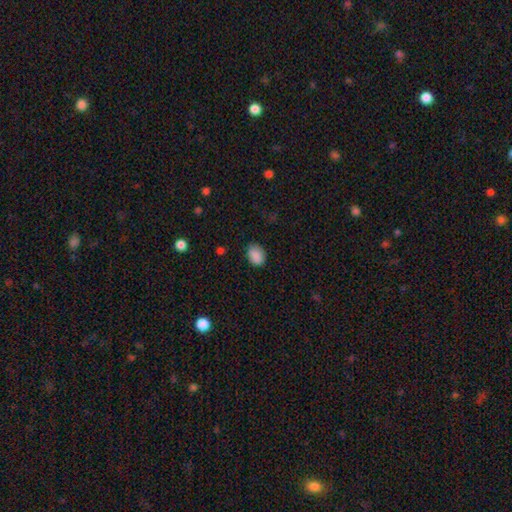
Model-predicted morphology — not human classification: Overall: smooth (88%). How rounded: in between (71%). Merging: none (76%).